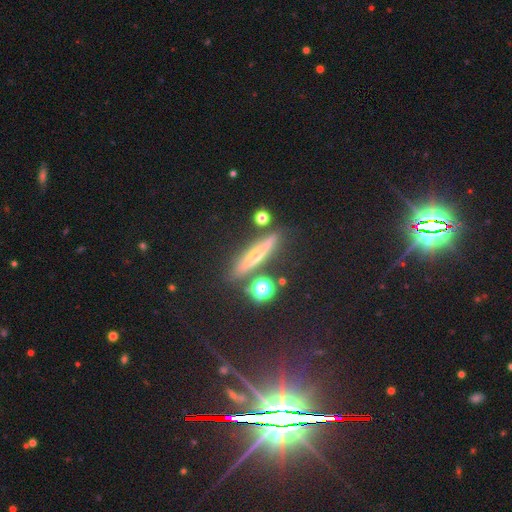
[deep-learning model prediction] Q: Smooth or featured?
A: featured or disk (48%); runner-up: smooth (34%)
Q: Merging?
A: none (83%); runner-up: minor disturbance (9%)